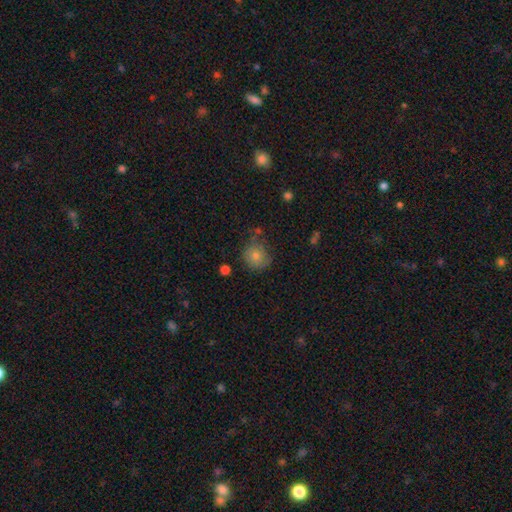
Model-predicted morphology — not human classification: smooth 80%, featured or disk 10%, star or artifact 10%. Down the decision tree: how rounded — round (82%); merging — none (61%).